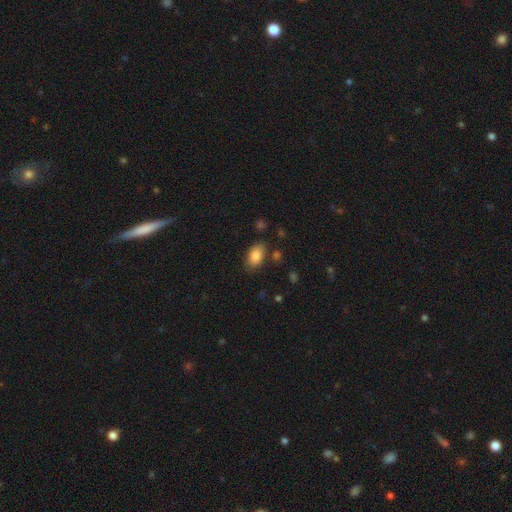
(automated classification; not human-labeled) A smooth galaxy with no disk features (86%) that is in between round and cigar-shaped (90%). Merging: none (80%).